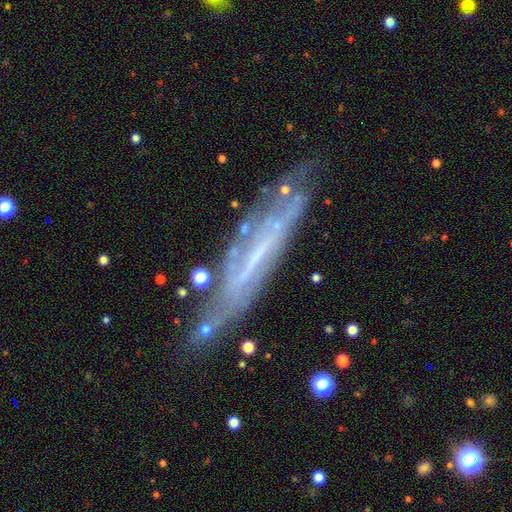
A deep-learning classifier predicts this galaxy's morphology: featured or disk 71%, smooth 19%, star or artifact 10%. Down the decision tree: edge-on disk — yes (58%); merging — none (66%).